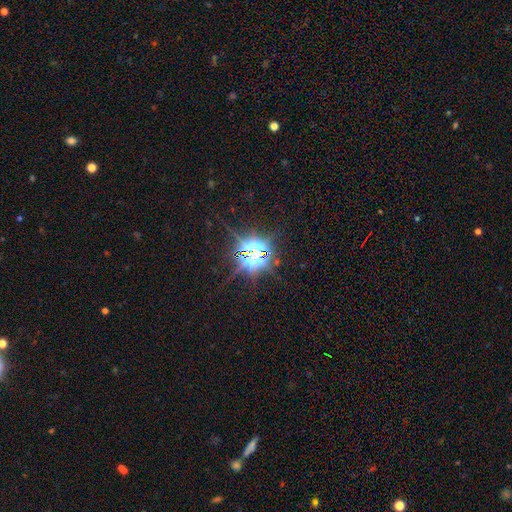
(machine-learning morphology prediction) A star or artifact, not a galaxy (83%).